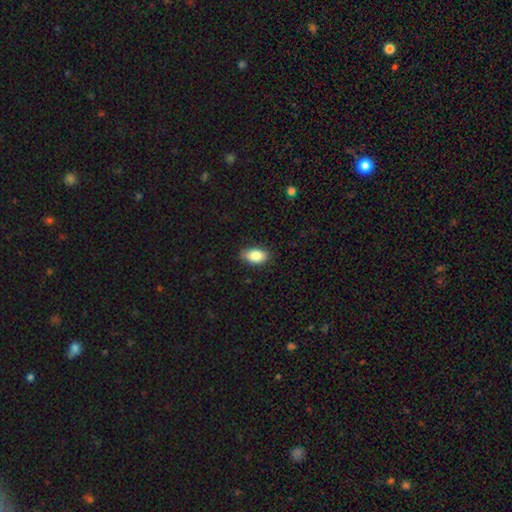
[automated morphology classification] Smooth or featured?
  - smooth: 87% *
  - star or artifact: 7%
  - featured or disk: 6%
How rounded?
  - in between: 91% *
  - round: 7%
  - cigar-shaped: 3%
Merging?
  - none: 83% *
  - minor disturbance: 14%
  - major disturbance: 2%
  - merger: 1%